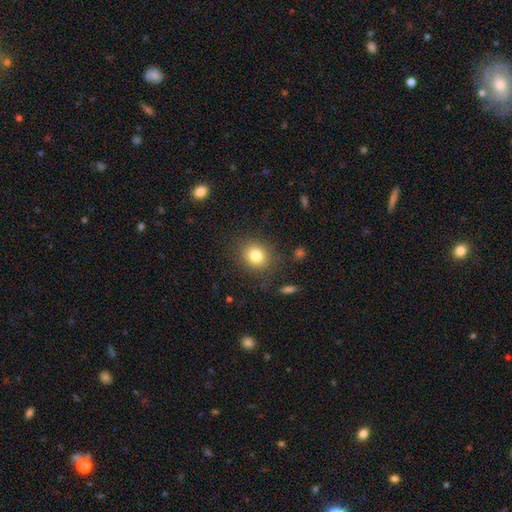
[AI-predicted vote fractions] This appears to be a smooth galaxy with no disk features (81%) that is round (76%). Merging: none (84%).